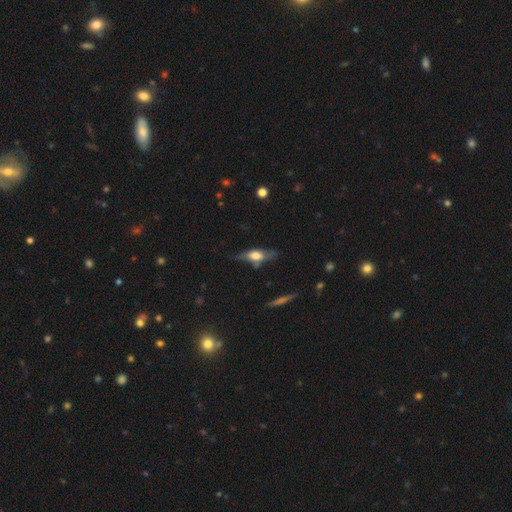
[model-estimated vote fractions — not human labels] smooth_or_featured: featured or disk (p=0.52) [alt: smooth p=0.41]
disk_edge_on: yes (p=0.83) [alt: no p=0.17]
merging: none (p=0.62) [alt: minor disturbance p=0.25]